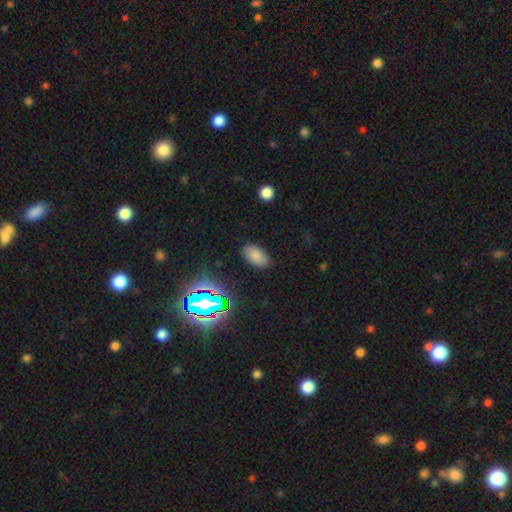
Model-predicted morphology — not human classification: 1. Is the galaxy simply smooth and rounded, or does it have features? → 78% smooth, 15% star or artifact, 7% featured or disk.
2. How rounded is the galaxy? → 93% in between, 5% round, 2% cigar-shaped.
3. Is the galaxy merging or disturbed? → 85% none, 10% minor disturbance, 3% major disturbance, 1% merger.